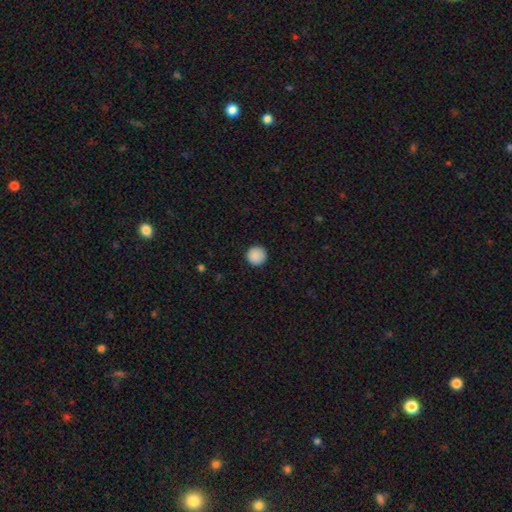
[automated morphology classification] Smooth or featured? smooth (89%)
How rounded? round (96%)
Merging? none (93%)